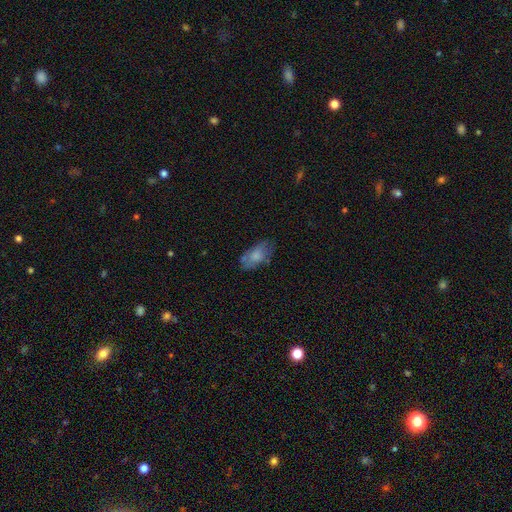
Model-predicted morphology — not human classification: Smooth or featured?
  - smooth: 71% *
  - featured or disk: 21%
  - star or artifact: 7%
How rounded?
  - in between: 91% *
  - cigar-shaped: 5%
  - round: 3%
Merging?
  - none: 62% *
  - minor disturbance: 26%
  - major disturbance: 9%
  - merger: 3%